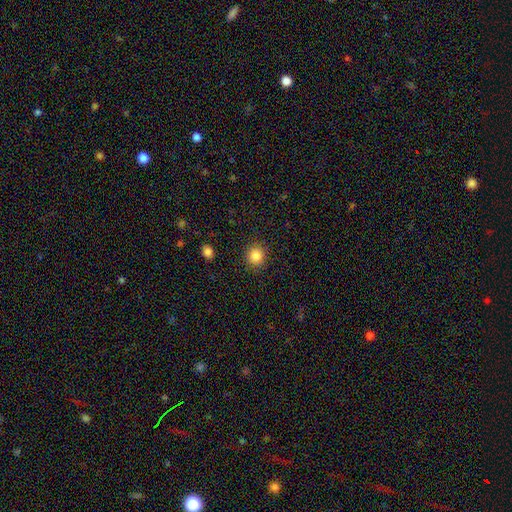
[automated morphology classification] type=smooth (85%); roundness=round (90%); merging=none (90%).